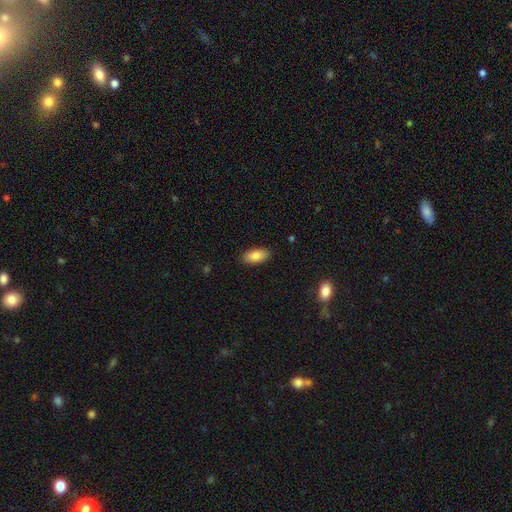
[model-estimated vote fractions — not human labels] A smooth galaxy with no disk features (85%) that is in between round and cigar-shaped (90%). Merging: none (88%).